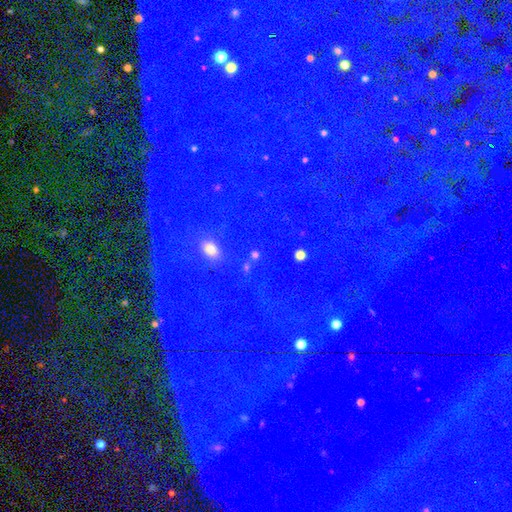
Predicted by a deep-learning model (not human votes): smooth-or-featured: star or artifact: 85% | featured or disk: 8% | smooth: 7%